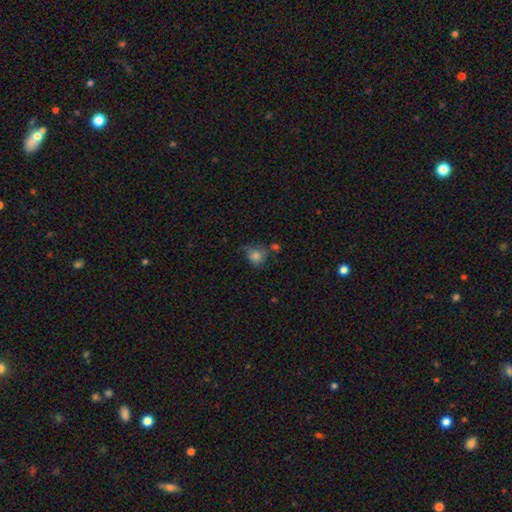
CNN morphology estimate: This appears to be a smooth galaxy with no disk features (74%) that is round (70%). Merging: none (40%).